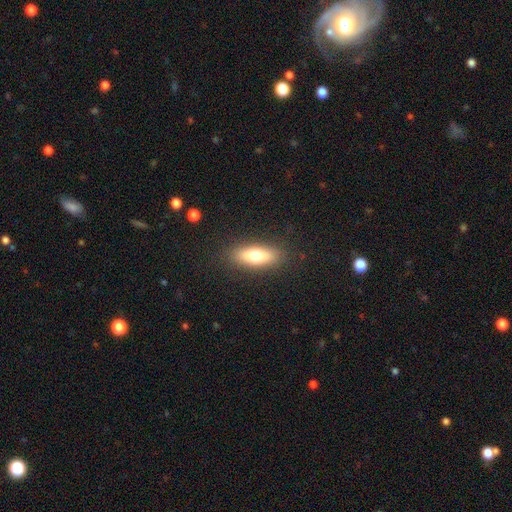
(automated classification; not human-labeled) smooth_or_featured: smooth (p=0.69) [alt: featured or disk p=0.24]
how_rounded: in between (p=0.61) [alt: cigar-shaped p=0.36]
merging: none (p=0.87) [alt: minor disturbance p=0.09]